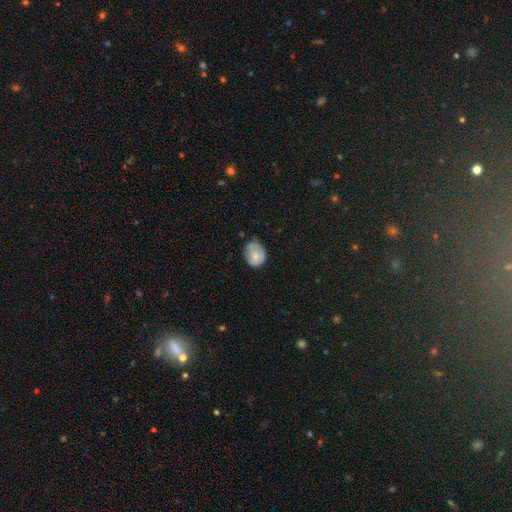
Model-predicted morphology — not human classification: A smooth galaxy with no disk features (71%) that is round (57%).

Vote fractions:
- Smooth or featured? smooth: 71% / featured or disk: 22% / star or artifact: 7%
- How rounded? round: 57% / in between: 42% / cigar-shaped: 1%
- Merging? none: 53% / minor disturbance: 36% / major disturbance: 9% / merger: 2%